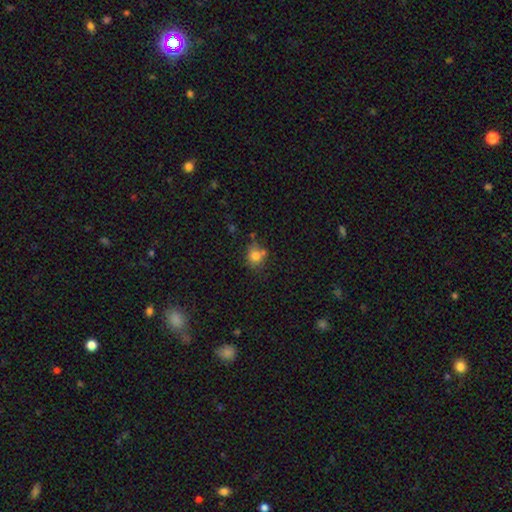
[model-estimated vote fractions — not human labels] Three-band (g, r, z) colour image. It shows a smooth galaxy with no disk features (78%) that is round (72%). Merging: none (61%).